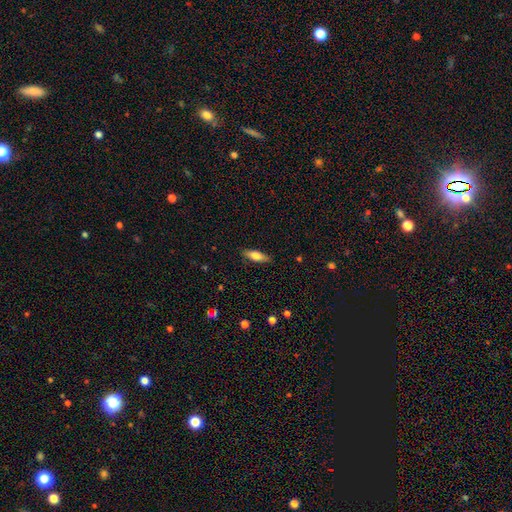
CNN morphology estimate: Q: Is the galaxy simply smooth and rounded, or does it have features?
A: smooth — 67%.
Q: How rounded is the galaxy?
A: in between — 55%.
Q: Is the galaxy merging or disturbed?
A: none — 86%.